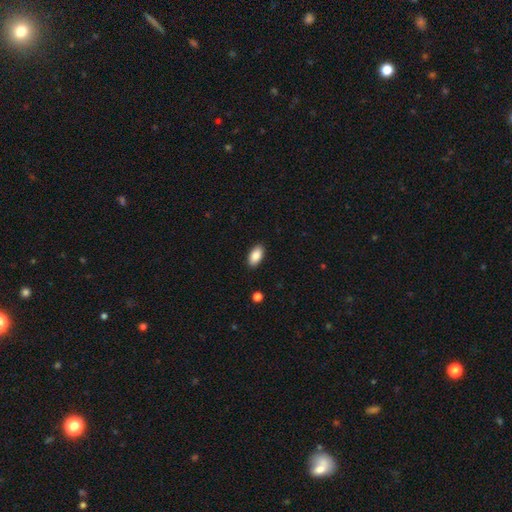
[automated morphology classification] Smooth or featured: smooth — 87% (star or artifact — 7%)
How rounded: in between — 94% (cigar-shaped — 3%)
Merging: none — 90% (minor disturbance — 7%)